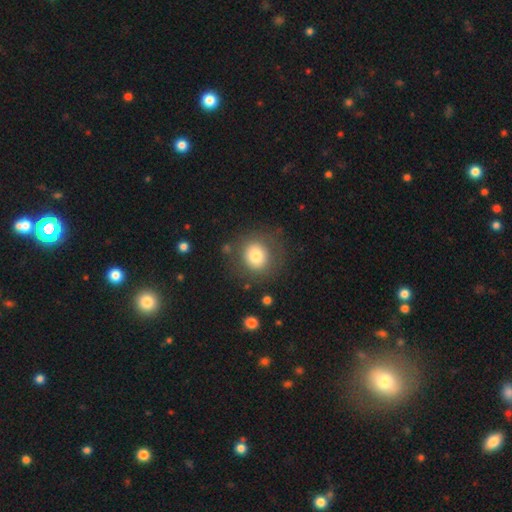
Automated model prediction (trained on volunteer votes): The model was most divided on "smooth or featured": smooth: 76%, featured or disk: 14%, star or artifact: 10%. More confident: how rounded — round (88%); merging — none (79%).